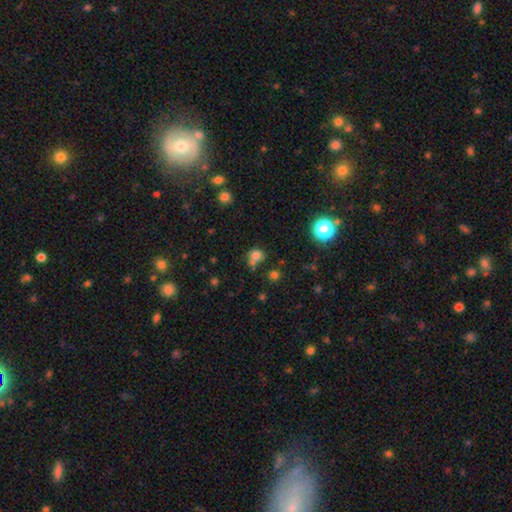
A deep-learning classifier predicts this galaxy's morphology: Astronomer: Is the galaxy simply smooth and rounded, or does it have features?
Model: smooth — 73%.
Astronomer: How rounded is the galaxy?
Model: round — 72%.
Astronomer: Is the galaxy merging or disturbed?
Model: none — 45% (runner-up: merger, 29%).